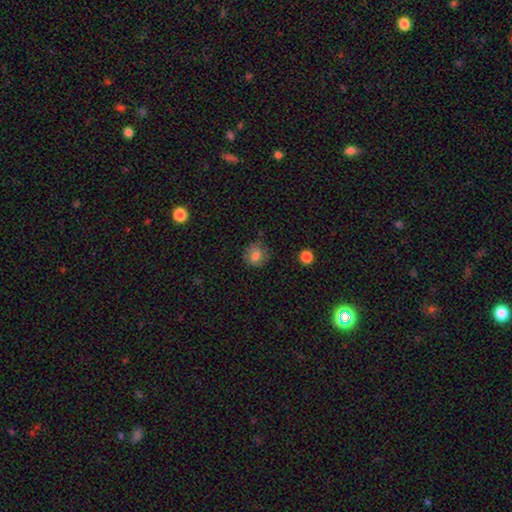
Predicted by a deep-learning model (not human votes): Smooth or featured?
  - smooth: 77% *
  - featured or disk: 12%
  - star or artifact: 10%
How rounded?
  - round: 78% *
  - in between: 21%
  - cigar-shaped: 1%
Merging?
  - none: 73% *
  - minor disturbance: 20%
  - major disturbance: 6%
  - merger: 2%